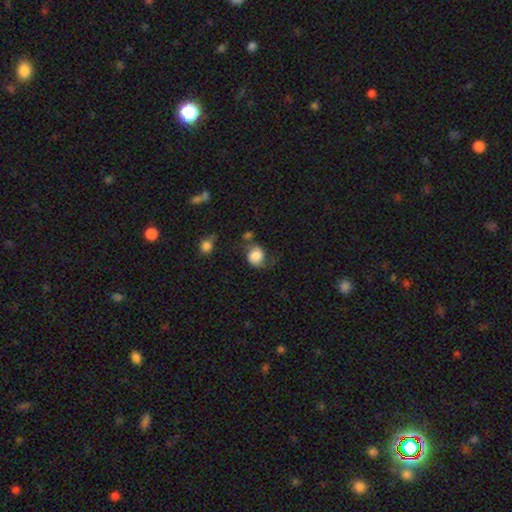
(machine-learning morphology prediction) Overall: smooth (69%). How rounded: round (71%). Merging: none (48%; minor disturbance 27%).